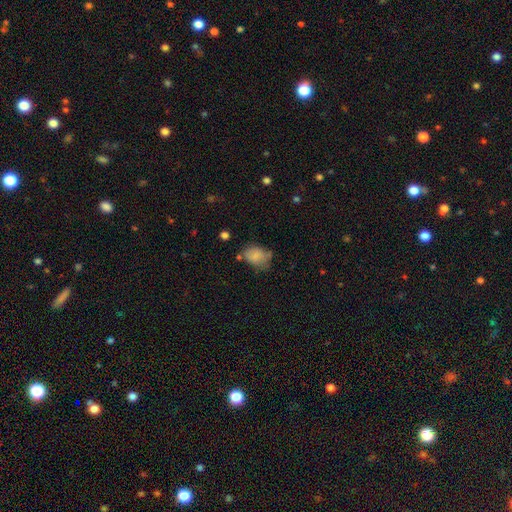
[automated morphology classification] This is likely a smooth galaxy (76%). How rounded: likely in between (72%). Merging: possibly none (47%).